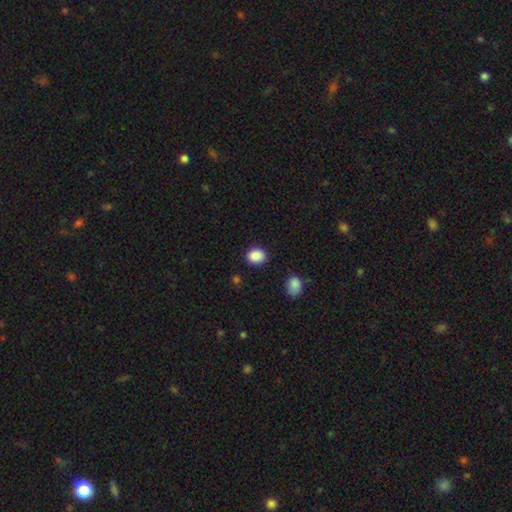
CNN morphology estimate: This is clearly a smooth galaxy (88%). How rounded: likely round (65%). Merging: clearly none (86%).